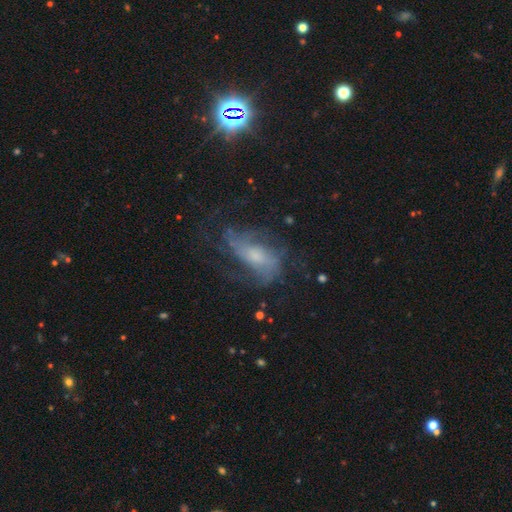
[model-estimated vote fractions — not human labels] Q: Smooth or featured?
A: featured or disk (71%); runner-up: smooth (18%)
Q: Edge-on disk?
A: no (93%); runner-up: yes (7%)
Q: Bar?
A: no (52%); runner-up: weak (36%)
Q: Spiral arms?
A: yes (82%); runner-up: no (18%)
Q: Spiral winding?
A: medium (41%); runner-up: loose (38%)
Q: Spiral arm count?
A: 2 (34%); runner-up: can't tell (33%)
Q: Bulge size?
A: moderate (39%); runner-up: small (38%)
Q: Merging?
A: none (52%); runner-up: major disturbance (26%)